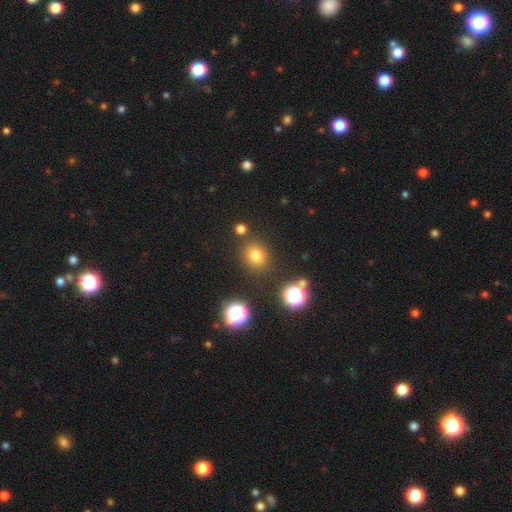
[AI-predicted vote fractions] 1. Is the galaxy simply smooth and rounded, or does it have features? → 74% smooth, 19% star or artifact, 7% featured or disk.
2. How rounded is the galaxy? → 69% round, 30% in between, 1% cigar-shaped.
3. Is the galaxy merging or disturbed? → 82% none, 9% minor disturbance, 5% merger, 3% major disturbance.